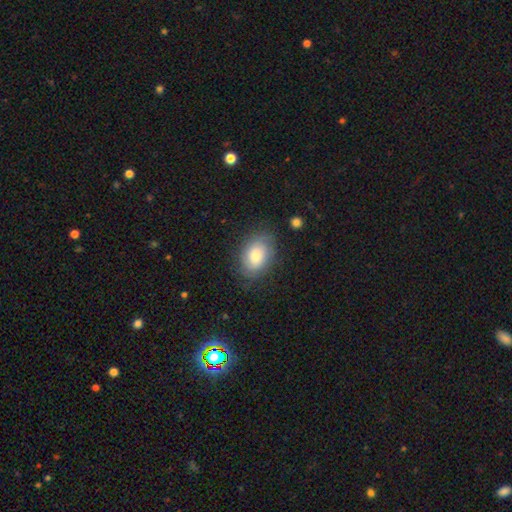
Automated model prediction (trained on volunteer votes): Smooth or featured? Predicted: smooth (p=0.69). How rounded? Predicted: in between (p=0.81). Merging? Predicted: none (p=0.77).